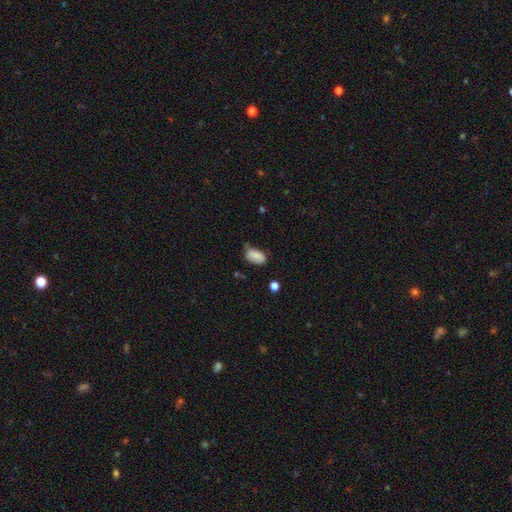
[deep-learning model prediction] smooth 84%, star or artifact 8%, featured or disk 7%. Down the decision tree: how rounded — in between (93%); merging — none (55%).